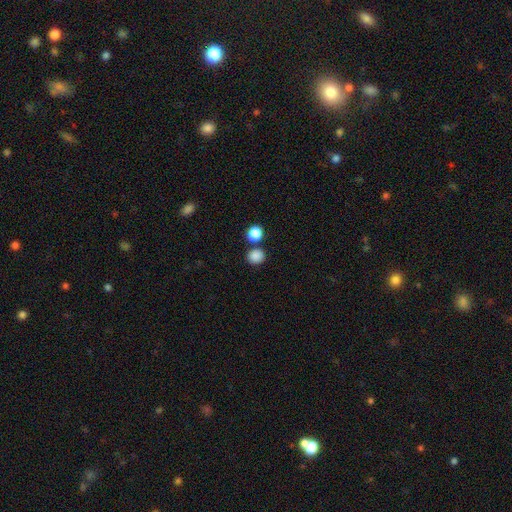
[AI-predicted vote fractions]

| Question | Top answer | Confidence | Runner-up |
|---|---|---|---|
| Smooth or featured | smooth | 86% | star or artifact (11%) |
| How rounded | round | 82% | in between (17%) |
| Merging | none | 75% | merger (14%) |